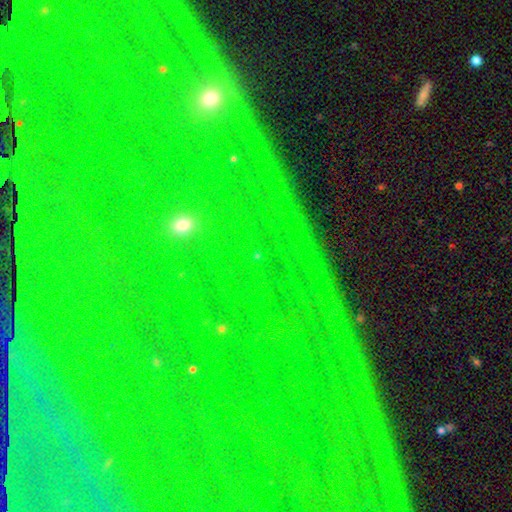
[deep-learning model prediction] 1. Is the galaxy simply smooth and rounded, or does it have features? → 73% star or artifact, 16% smooth, 11% featured or disk.